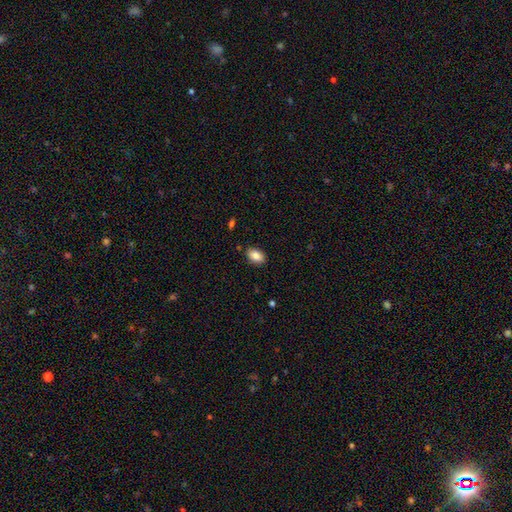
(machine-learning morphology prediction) smooth_or_featured: smooth (p=0.86) [alt: star or artifact p=0.08]
how_rounded: in between (p=0.88) [alt: round p=0.10]
merging: none (p=0.85) [alt: minor disturbance p=0.11]